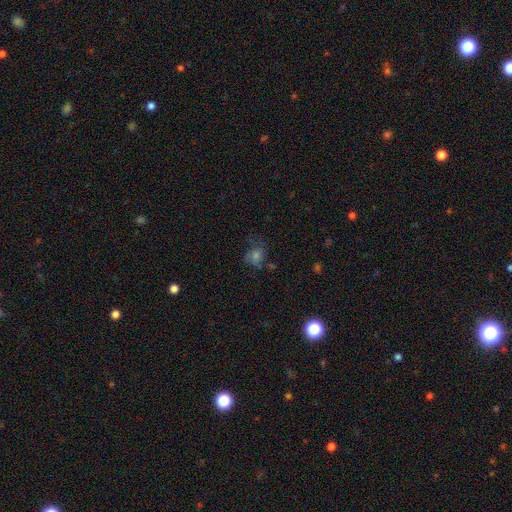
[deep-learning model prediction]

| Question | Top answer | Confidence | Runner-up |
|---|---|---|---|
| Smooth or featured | smooth | 45% | featured or disk (28%) |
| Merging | none | 52% | major disturbance (22%) |